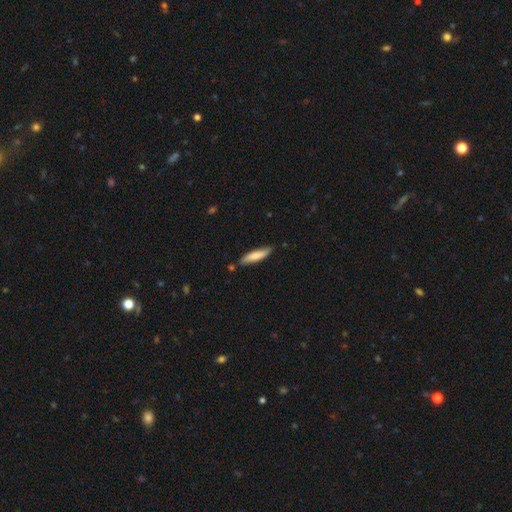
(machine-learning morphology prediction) Smooth or featured? smooth (75%)
How rounded? cigar-shaped (80%)
Merging? none (78%)